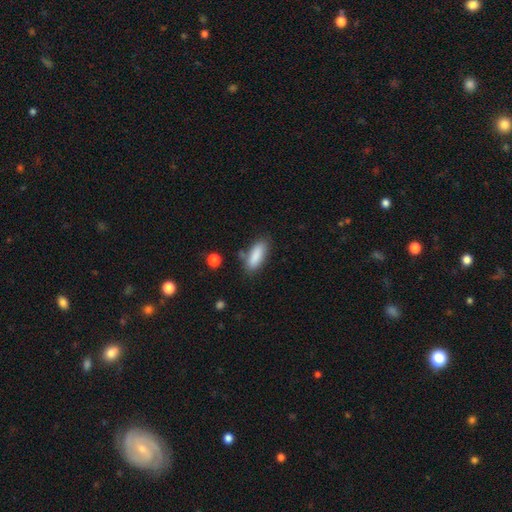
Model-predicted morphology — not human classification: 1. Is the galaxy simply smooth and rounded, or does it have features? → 87% smooth, 7% star or artifact, 6% featured or disk.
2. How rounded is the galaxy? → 71% in between, 27% cigar-shaped, 2% round.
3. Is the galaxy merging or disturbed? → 74% none, 16% minor disturbance, 6% merger, 4% major disturbance.